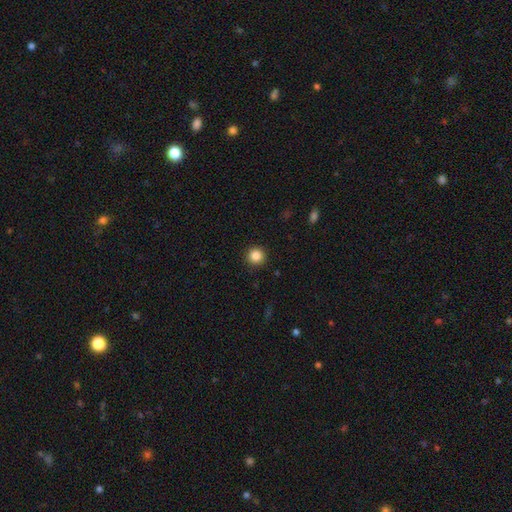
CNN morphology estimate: This is clearly a smooth galaxy (86%). How rounded: clearly round (95%). Merging: clearly none (92%).